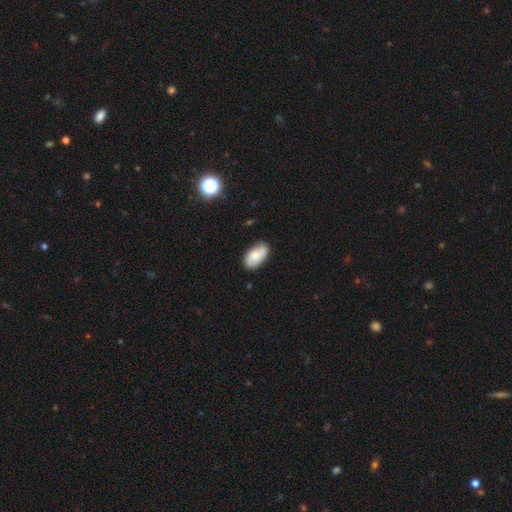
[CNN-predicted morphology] smooth-or-featured: smooth: 69% | featured or disk: 24% | star or artifact: 7%
  how-rounded: in between: 94% | round: 4% | cigar-shaped: 2%
  merging: none: 80% | minor disturbance: 16% | major disturbance: 3% | merger: 2%